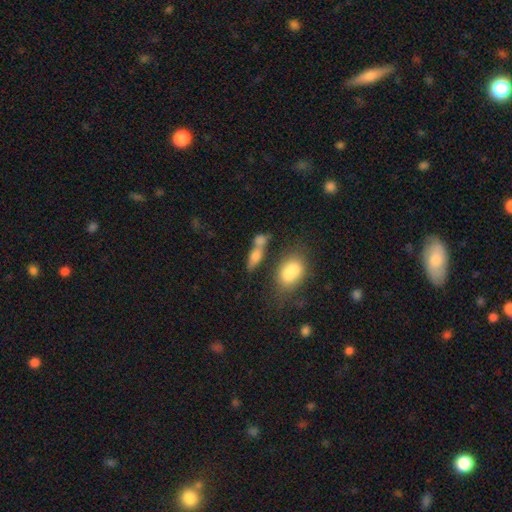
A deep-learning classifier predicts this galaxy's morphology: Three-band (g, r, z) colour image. It shows a smooth galaxy with no disk features (68%) that is in between round and cigar-shaped (61%). Merging: merger (46%).